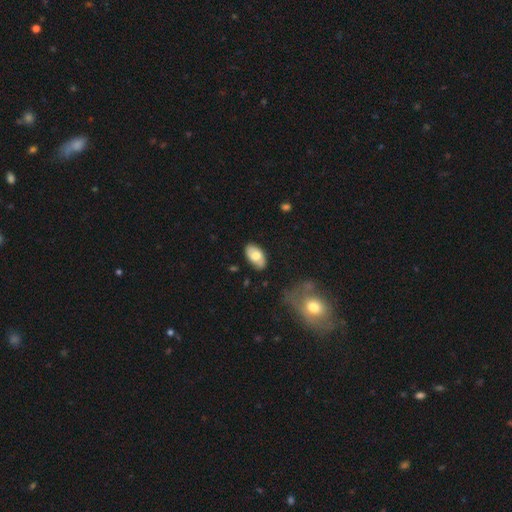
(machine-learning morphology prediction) type=smooth (66%); roundness=in between (94%); merging=none (80%).